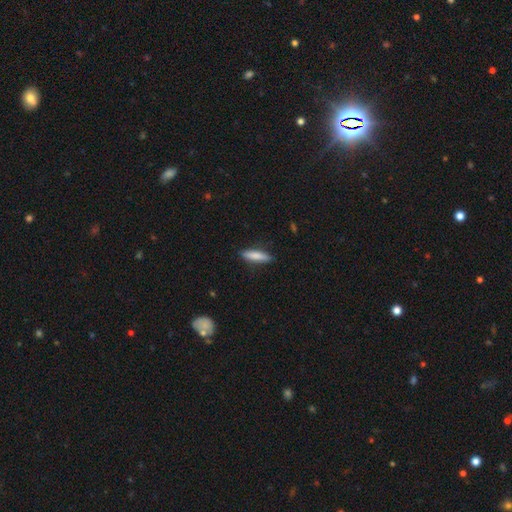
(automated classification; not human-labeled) smooth-or-featured: smooth: 79% | featured or disk: 15% | star or artifact: 6%
  how-rounded: cigar-shaped: 76% | in between: 22% | round: 2%
  merging: none: 86% | minor disturbance: 11% | major disturbance: 2% | merger: 1%